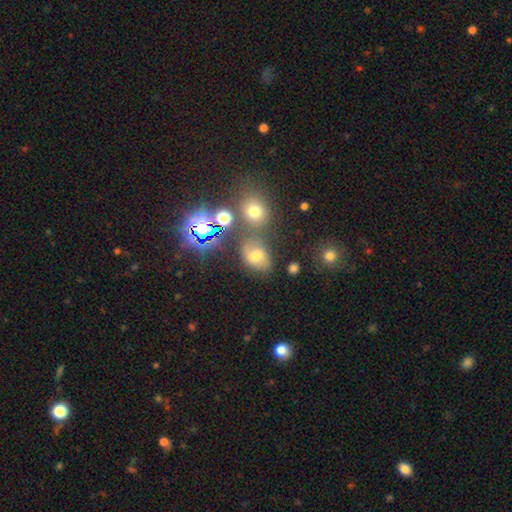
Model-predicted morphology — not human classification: This is possibly a smooth galaxy (58%). How rounded: likely in between (64%). Merging: possibly none (58%).